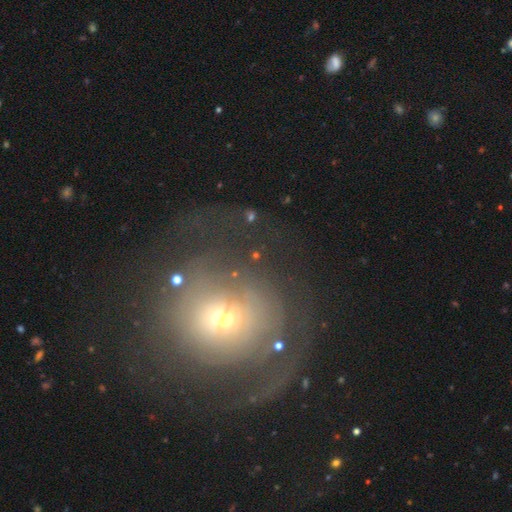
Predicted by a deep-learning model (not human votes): featured or disk 44%, smooth 35%, star or artifact 21%. Down the decision tree: merging — none (51%).